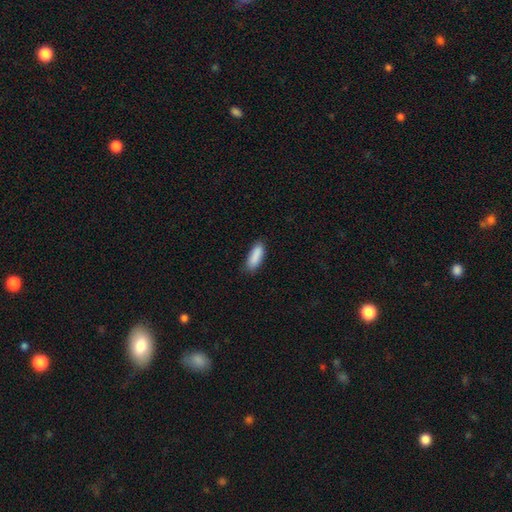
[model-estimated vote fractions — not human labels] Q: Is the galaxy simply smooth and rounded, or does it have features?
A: smooth — 89%.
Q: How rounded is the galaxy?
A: in between — 62%.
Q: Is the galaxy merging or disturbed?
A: none — 80%.